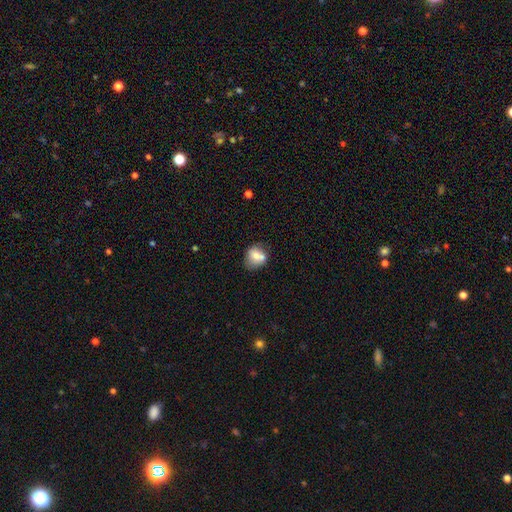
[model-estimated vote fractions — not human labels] A smooth galaxy with no disk features (71%) that is round (63%). Merging: none (45%).